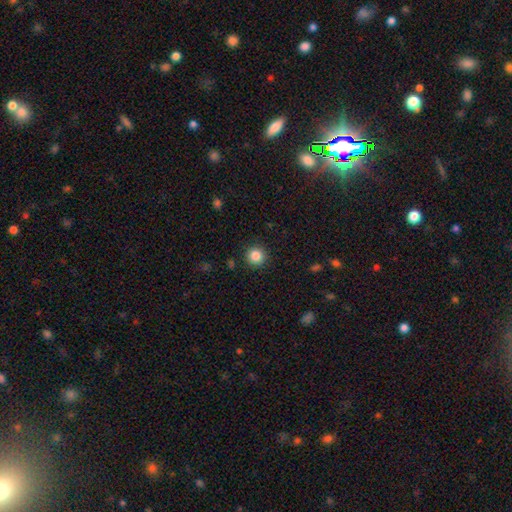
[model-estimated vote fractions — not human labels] Smooth or featured? Predicted: smooth (p=0.84). How rounded? Predicted: round (p=0.95). Merging? Predicted: none (p=0.91).